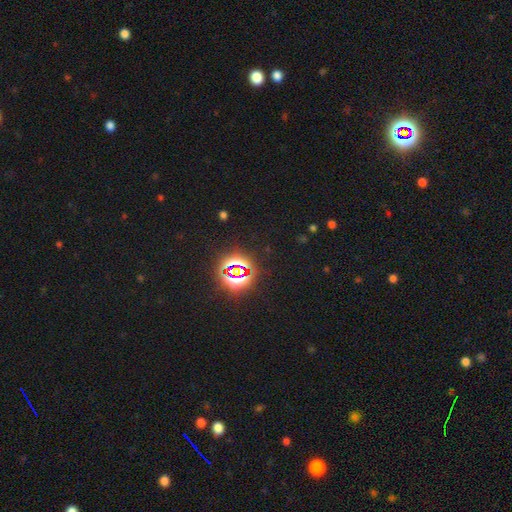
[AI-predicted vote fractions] Morphology: type=star or artifact (79%).